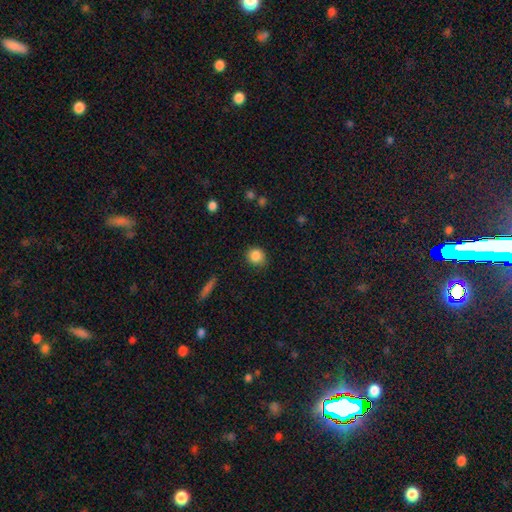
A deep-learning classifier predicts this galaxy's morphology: Overall: smooth (86%). How rounded: round (81%). Merging: none (84%).